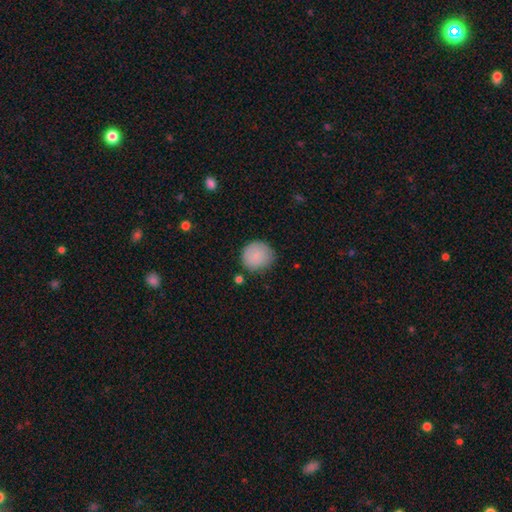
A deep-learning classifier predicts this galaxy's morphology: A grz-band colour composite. It shows a smooth galaxy with no disk features (87%) that is round (89%). Merging: none (78%).